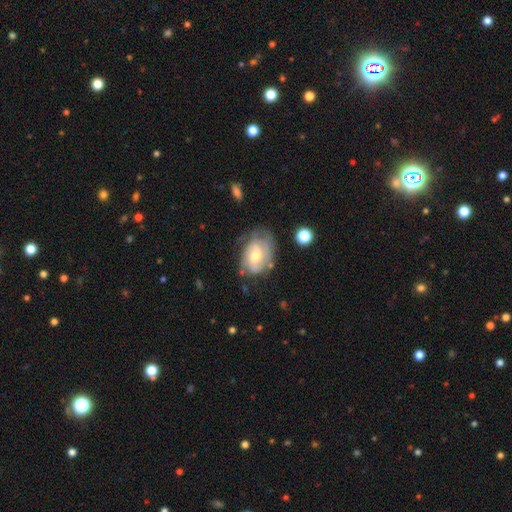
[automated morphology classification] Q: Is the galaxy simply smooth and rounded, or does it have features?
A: featured or disk — 70%.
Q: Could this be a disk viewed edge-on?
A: no — 96%.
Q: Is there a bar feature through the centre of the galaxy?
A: no — 51%.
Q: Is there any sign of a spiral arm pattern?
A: yes — 86%.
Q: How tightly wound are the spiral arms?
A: tight — 47%.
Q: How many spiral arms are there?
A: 2 — 45%.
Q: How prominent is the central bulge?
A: moderate — 62%.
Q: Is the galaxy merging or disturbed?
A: none — 55%.